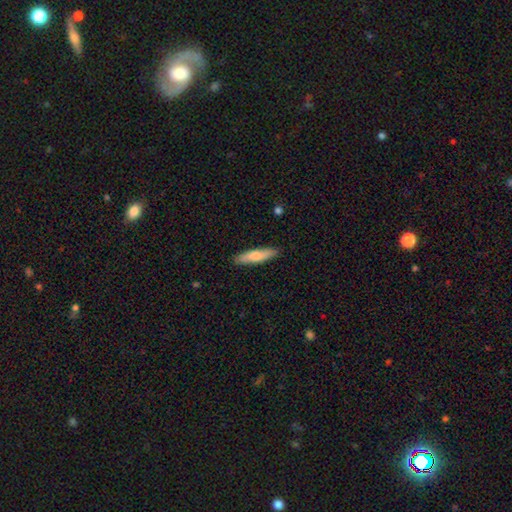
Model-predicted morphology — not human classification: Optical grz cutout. It shows a smooth galaxy with no disk features (69%) that is cigar-shaped (77%). Merging: none (89%).